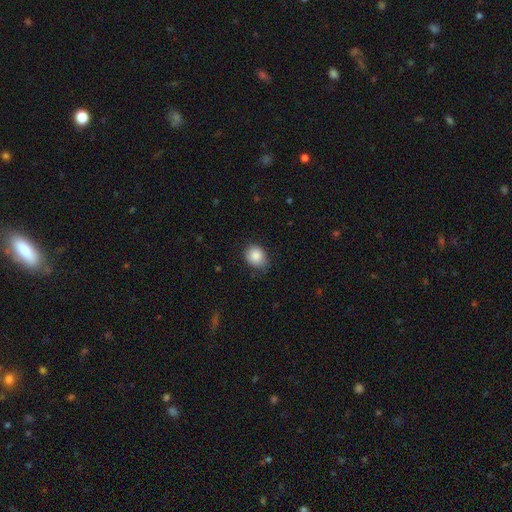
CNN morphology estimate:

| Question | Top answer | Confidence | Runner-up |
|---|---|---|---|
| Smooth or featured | smooth | 87% | star or artifact (8%) |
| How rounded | round | 59% | in between (40%) |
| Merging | none | 73% | minor disturbance (22%) |